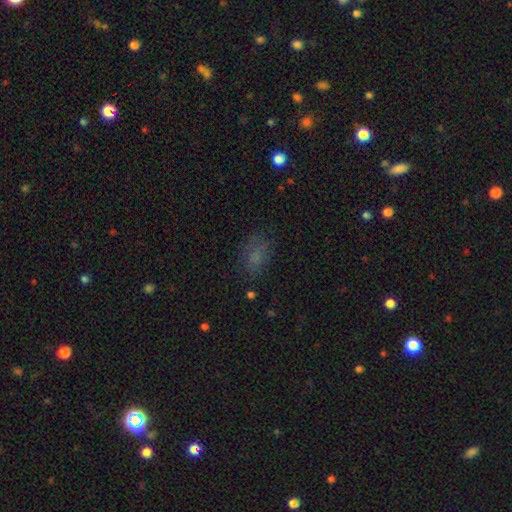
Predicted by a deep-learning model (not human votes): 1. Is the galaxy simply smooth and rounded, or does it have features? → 65% smooth, 20% star or artifact, 15% featured or disk.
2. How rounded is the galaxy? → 83% in between, 14% round, 3% cigar-shaped.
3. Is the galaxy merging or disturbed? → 64% none, 21% minor disturbance, 12% major disturbance, 2% merger.